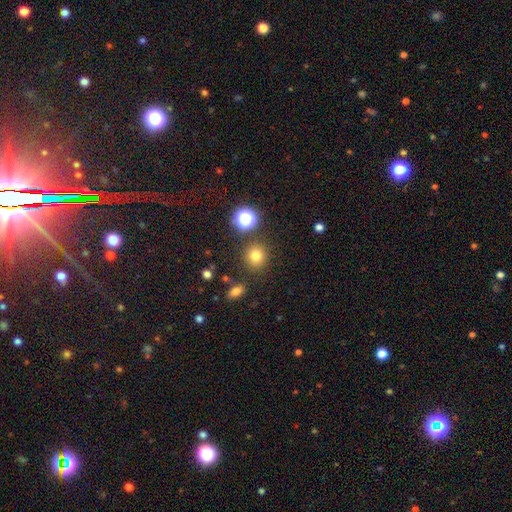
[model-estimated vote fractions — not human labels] This appears to be a smooth galaxy with no disk features (77%) that is round (87%). Merging: none (84%).